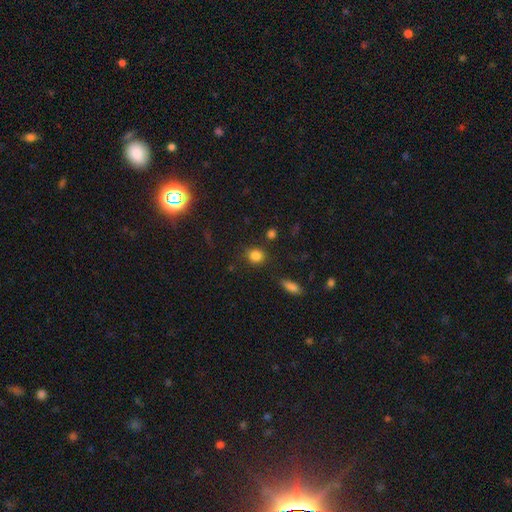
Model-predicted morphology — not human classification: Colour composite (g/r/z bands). It shows a smooth galaxy with no disk features (84%) that is round (74%). Merging: none (83%).